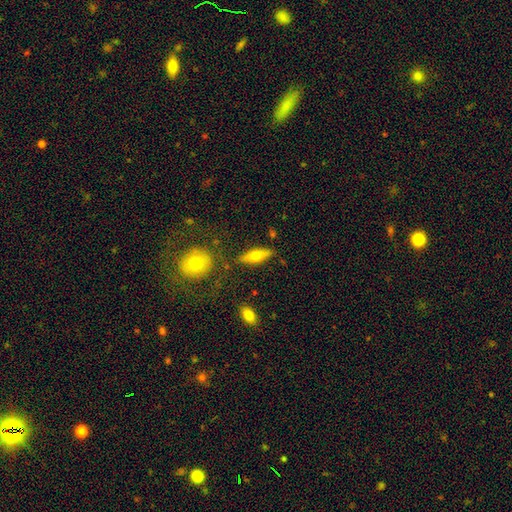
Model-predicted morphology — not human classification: Smooth or featured? Predicted: smooth (p=0.51). How rounded? Predicted: in between (p=0.48, tied with cigar-shaped). Merging? Predicted: none (p=0.79).